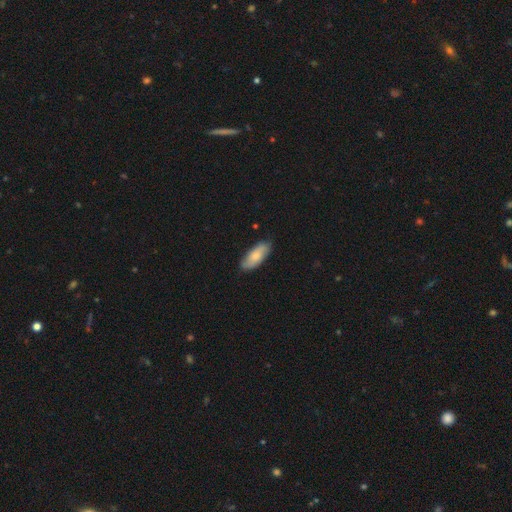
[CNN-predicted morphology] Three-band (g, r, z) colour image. It shows a smooth galaxy with no disk features (76%) that is in between round and cigar-shaped (80%). Merging: none (81%).